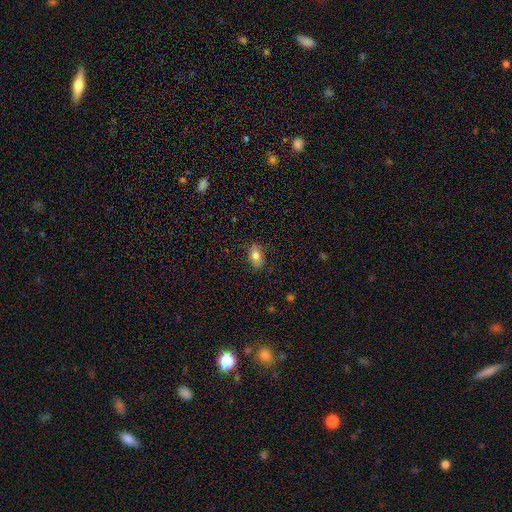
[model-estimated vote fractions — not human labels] Smooth or featured?
  - smooth: 77% *
  - featured or disk: 14%
  - star or artifact: 9%
How rounded?
  - in between: 84% *
  - round: 12%
  - cigar-shaped: 4%
Merging?
  - none: 81% *
  - minor disturbance: 15%
  - major disturbance: 3%
  - merger: 1%